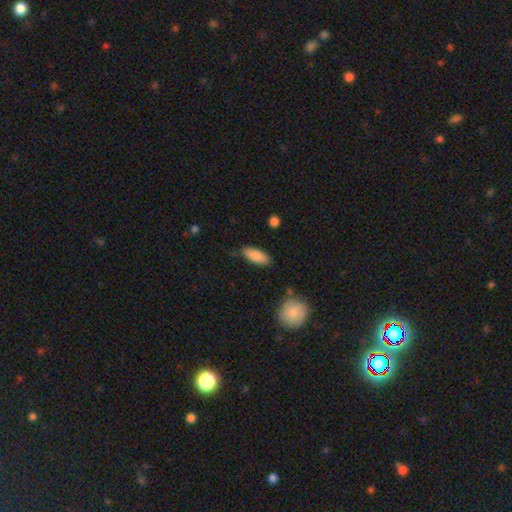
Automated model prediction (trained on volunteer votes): Smooth or featured?
  - smooth: 86% *
  - featured or disk: 8%
  - star or artifact: 6%
How rounded?
  - in between: 77% *
  - cigar-shaped: 21%
  - round: 2%
Merging?
  - none: 71% *
  - minor disturbance: 21%
  - major disturbance: 5%
  - merger: 3%